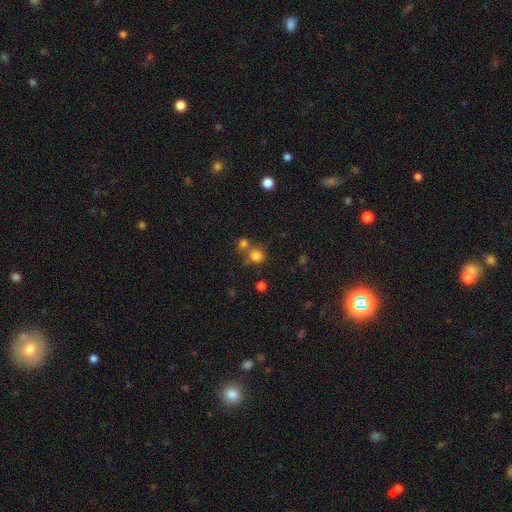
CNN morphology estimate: smooth-or-featured: smooth: 79% | star or artifact: 14% | featured or disk: 7%
  how-rounded: round: 88% | in between: 11% | cigar-shaped: 1%
  merging: none: 60% | merger: 28% | minor disturbance: 9% | major disturbance: 4%